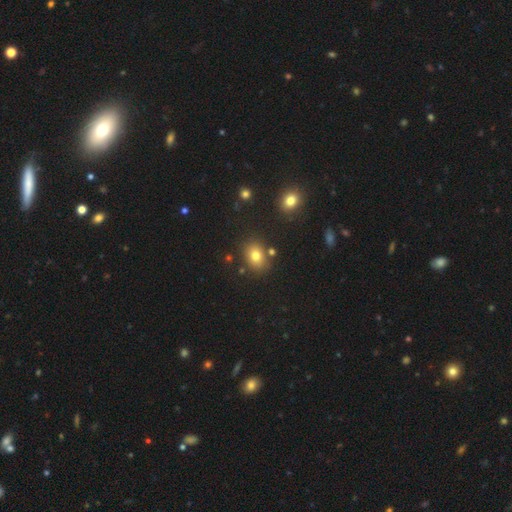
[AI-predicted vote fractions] Smooth or featured: smooth — 77% (star or artifact — 13%)
How rounded: in between — 59% (round — 40%)
Merging: none — 79% (minor disturbance — 11%)